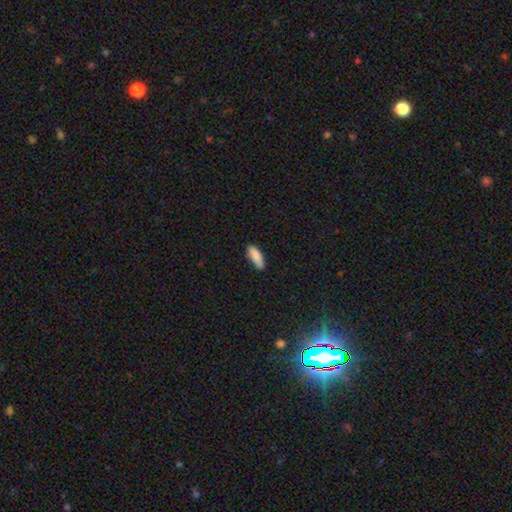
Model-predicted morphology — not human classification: smooth-or-featured: smooth: 87% | star or artifact: 7% | featured or disk: 6%
  how-rounded: in between: 62% | cigar-shaped: 36% | round: 2%
  merging: none: 71% | minor disturbance: 23% | major disturbance: 4% | merger: 2%